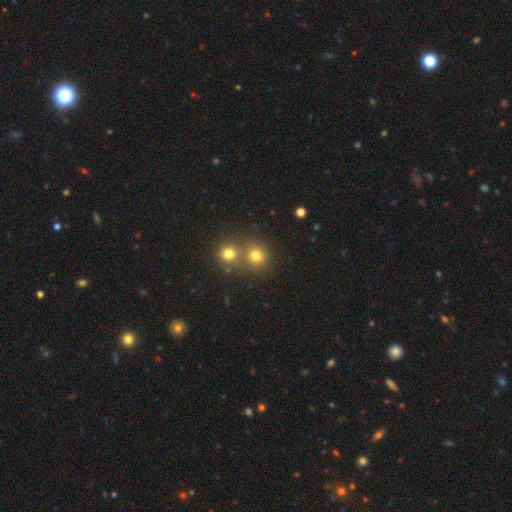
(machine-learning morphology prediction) A smooth galaxy with no disk features (73%) that is round (88%). Merging: none (58%).